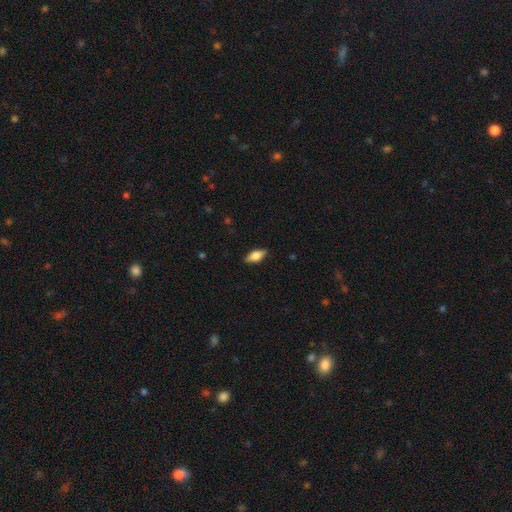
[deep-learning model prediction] Smooth or featured: smooth — 67% (featured or disk — 26%)
How rounded: in between — 82% (cigar-shaped — 15%)
Merging: none — 86% (minor disturbance — 11%)